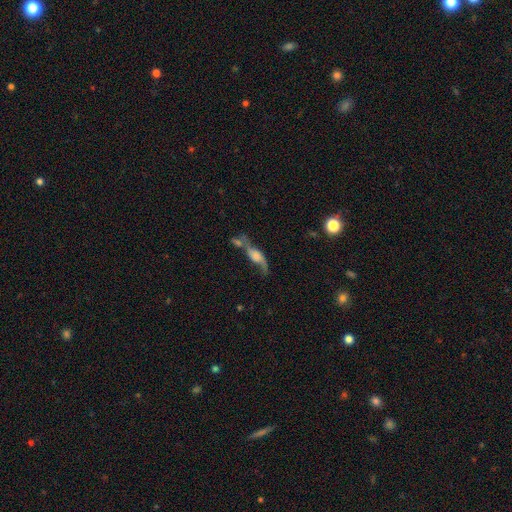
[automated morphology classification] This appears to be a featured or disk galaxy (67%). Merging: none (35%).